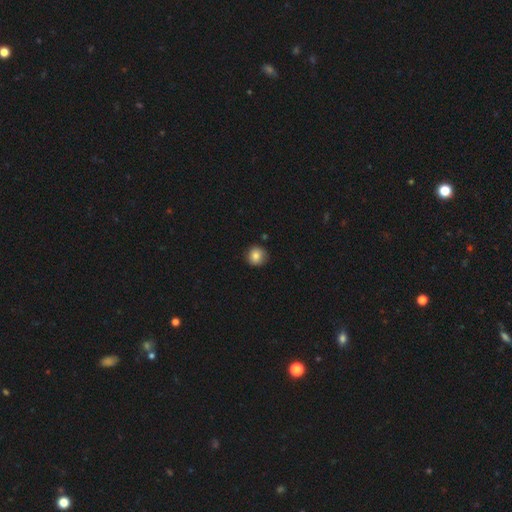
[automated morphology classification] Smooth or featured: smooth — 83% (star or artifact — 10%)
How rounded: round — 93% (in between — 6%)
Merging: none — 87% (minor disturbance — 10%)